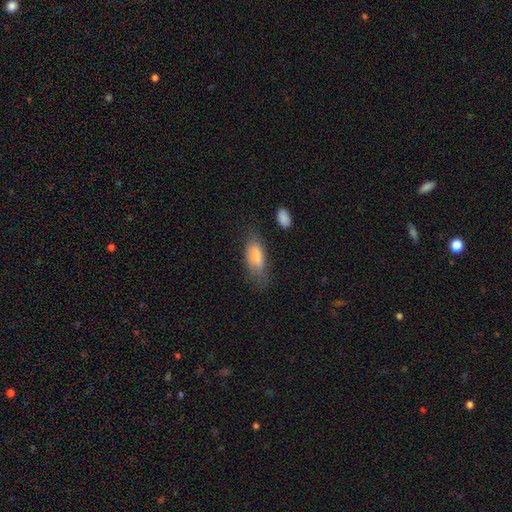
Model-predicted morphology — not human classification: smooth 72%, featured or disk 20%, star or artifact 8%. Down the decision tree: how rounded — in between (71%); merging — none (60%).